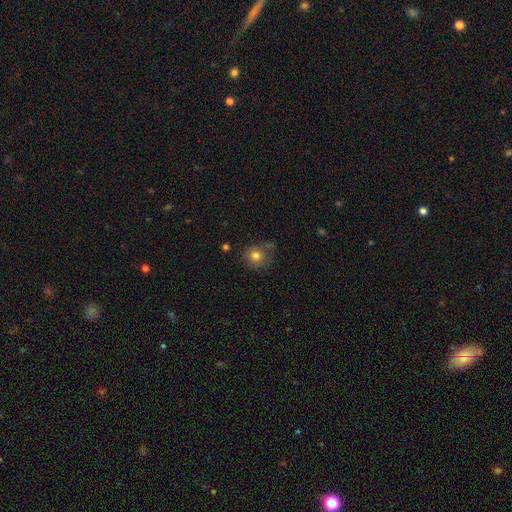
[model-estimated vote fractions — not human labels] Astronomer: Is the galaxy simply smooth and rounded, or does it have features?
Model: smooth — 78%.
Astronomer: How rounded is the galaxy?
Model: round — 85%.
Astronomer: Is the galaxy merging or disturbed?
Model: none — 67%.